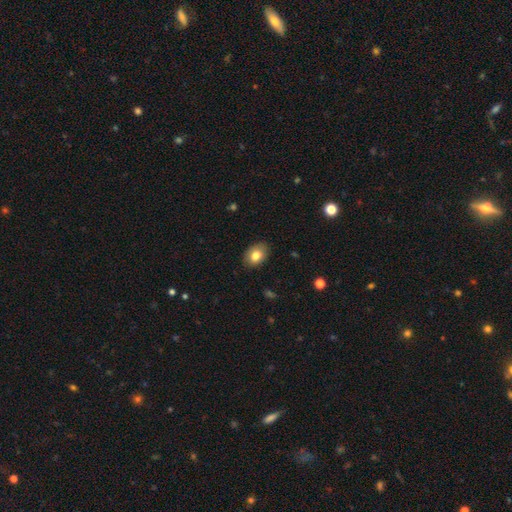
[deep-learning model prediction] A smooth galaxy with no disk features (80%) that is in between round and cigar-shaped (79%). Merging: none (85%).